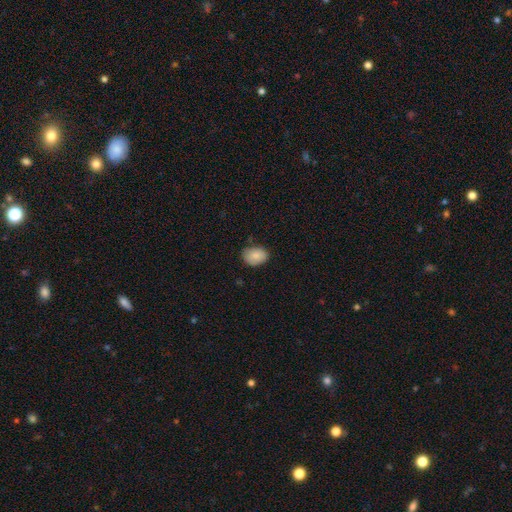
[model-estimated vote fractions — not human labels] Morphology: type=smooth (86%); roundness=in between (76%); merging=none (75%).